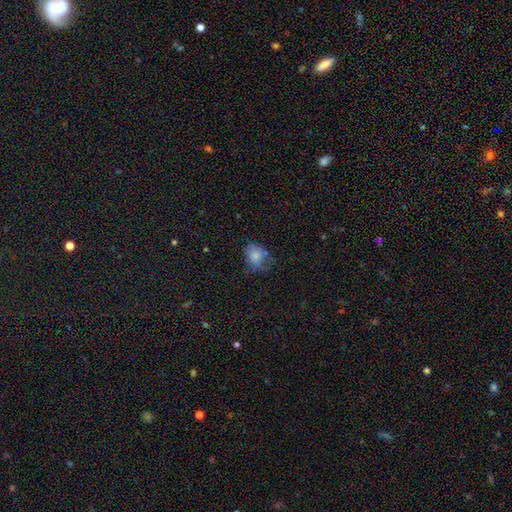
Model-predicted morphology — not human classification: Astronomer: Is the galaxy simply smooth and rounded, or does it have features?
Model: smooth — 70%.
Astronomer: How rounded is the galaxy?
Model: in between — 52% (runner-up: round, 47%).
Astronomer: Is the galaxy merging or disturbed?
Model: none — 44% (runner-up: minor disturbance, 30%).